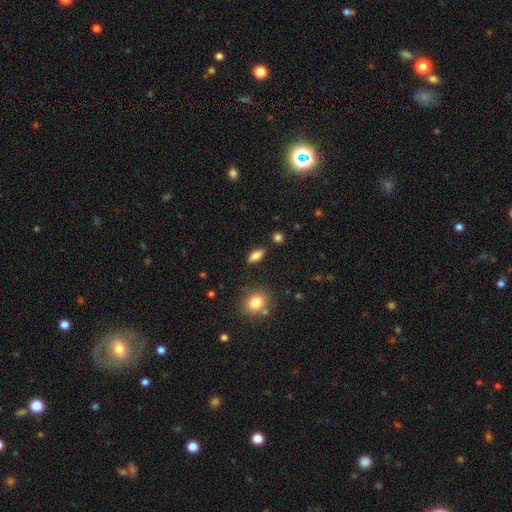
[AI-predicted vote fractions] Smooth or featured?
  - smooth: 78% *
  - featured or disk: 14%
  - star or artifact: 8%
How rounded?
  - in between: 80% *
  - cigar-shaped: 16%
  - round: 5%
Merging?
  - none: 84% *
  - minor disturbance: 10%
  - major disturbance: 3%
  - merger: 3%